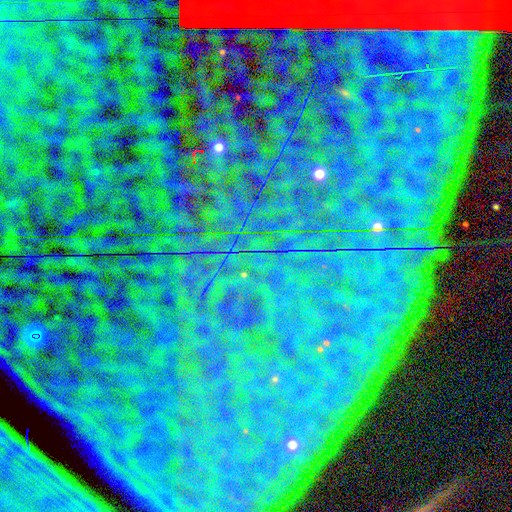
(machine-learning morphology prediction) A star or artifact, not a galaxy (86%).

Vote fractions:
- Smooth or featured? star or artifact: 86% / featured or disk: 8% / smooth: 7%